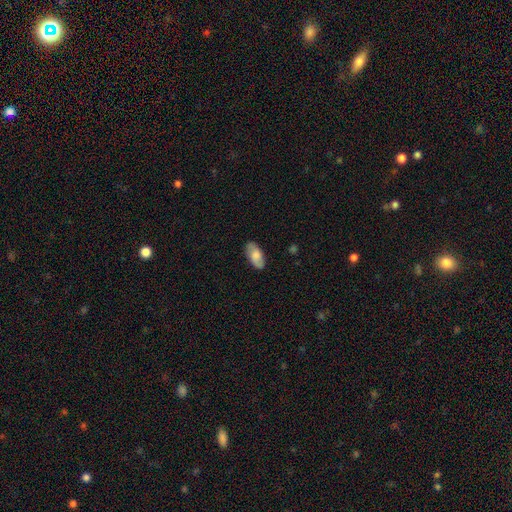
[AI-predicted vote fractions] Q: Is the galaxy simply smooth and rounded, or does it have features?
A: smooth — 65%.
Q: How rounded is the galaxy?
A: in between — 93%.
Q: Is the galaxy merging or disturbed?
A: none — 84%.